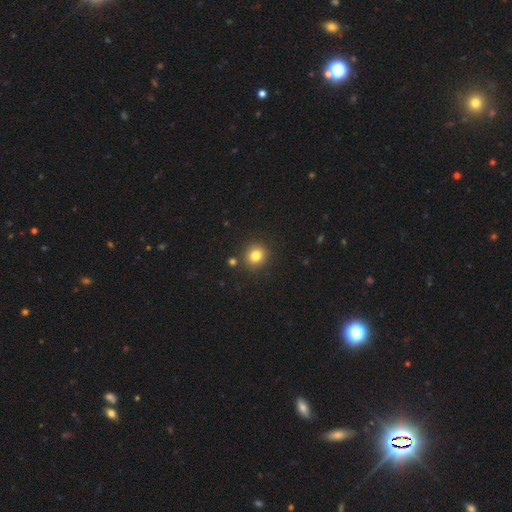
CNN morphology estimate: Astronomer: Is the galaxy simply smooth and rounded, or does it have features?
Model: smooth — 82%.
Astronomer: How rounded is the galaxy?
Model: round — 85%.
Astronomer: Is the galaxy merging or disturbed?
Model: none — 85%.